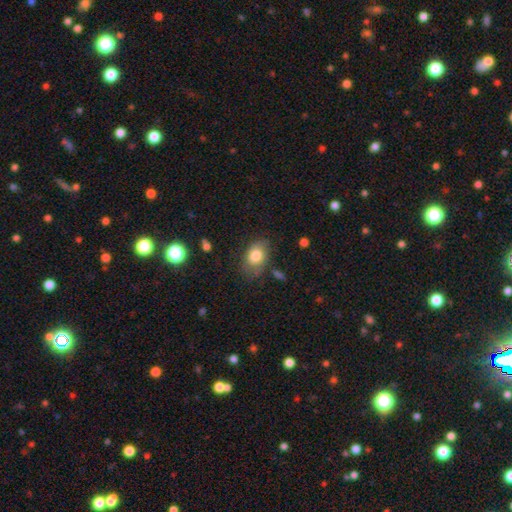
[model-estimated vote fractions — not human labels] A smooth galaxy with no disk features (81%) that is in between round and cigar-shaped (78%). Merging: none (70%).